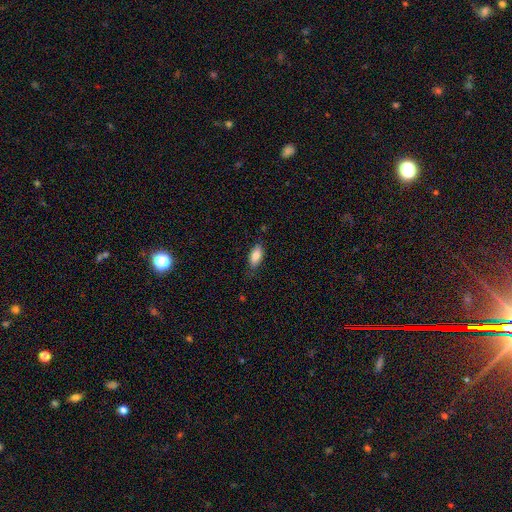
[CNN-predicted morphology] Smooth or featured?
  - smooth: 84% *
  - featured or disk: 9%
  - star or artifact: 7%
How rounded?
  - in between: 88% *
  - cigar-shaped: 10%
  - round: 2%
Merging?
  - none: 76% *
  - minor disturbance: 19%
  - major disturbance: 4%
  - merger: 1%